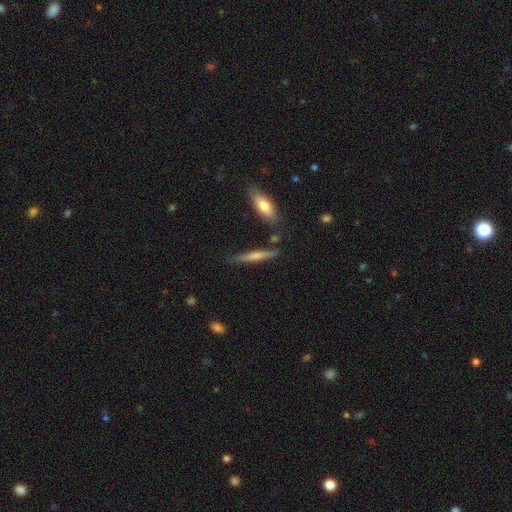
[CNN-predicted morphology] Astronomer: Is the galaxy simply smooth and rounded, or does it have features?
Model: smooth — 49% (runner-up: featured or disk, 44%).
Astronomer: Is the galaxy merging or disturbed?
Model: none — 77%.